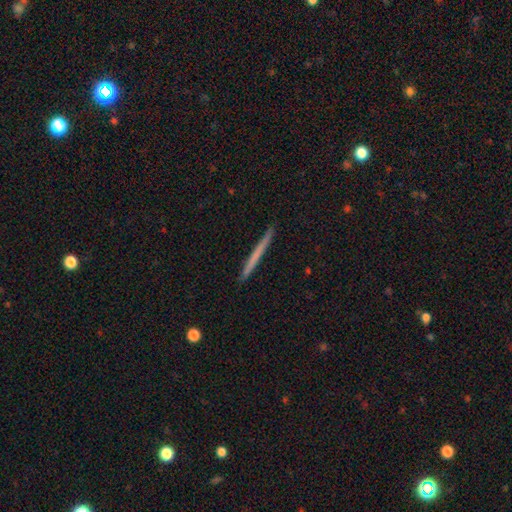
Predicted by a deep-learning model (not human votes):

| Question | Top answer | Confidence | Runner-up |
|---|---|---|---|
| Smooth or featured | smooth | 56% | featured or disk (39%) |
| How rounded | cigar-shaped | 97% | in between (1%) |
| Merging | none | 93% | minor disturbance (5%) |